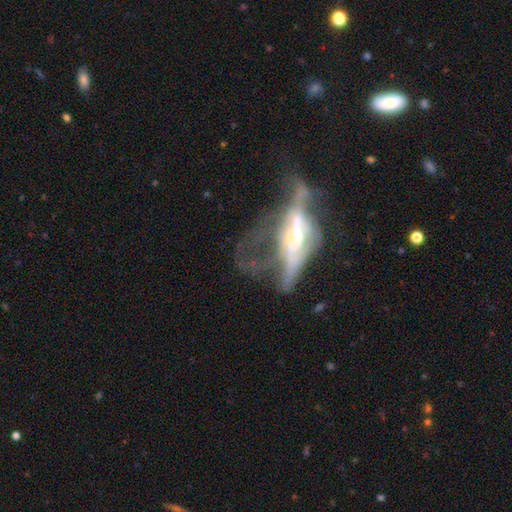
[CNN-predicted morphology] This appears to be a featured or disk galaxy (67%). Merging: major disturbance (49%).